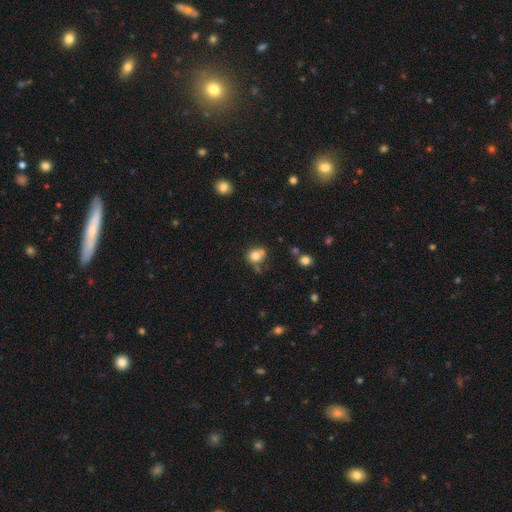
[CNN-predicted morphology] The model was most divided on "merging": none: 54%, minor disturbance: 21%, merger: 18%, major disturbance: 7%. More confident: smooth or featured — smooth (79%); how rounded — round (72%).